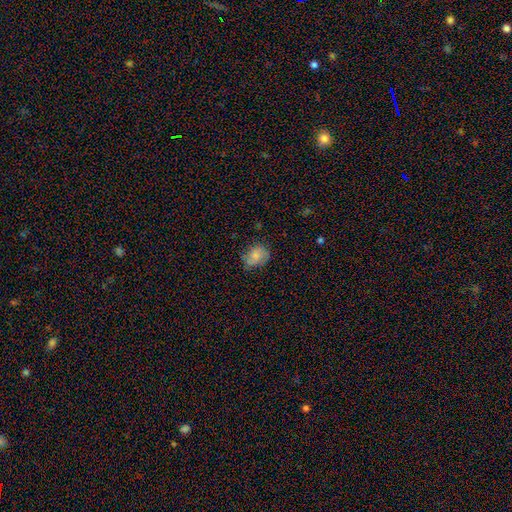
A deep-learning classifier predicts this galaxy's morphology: smooth-or-featured: smooth: 67% | featured or disk: 24% | star or artifact: 9%
  how-rounded: in between: 60% | round: 38% | cigar-shaped: 1%
  merging: none: 62% | minor disturbance: 28% | major disturbance: 9% | merger: 2%